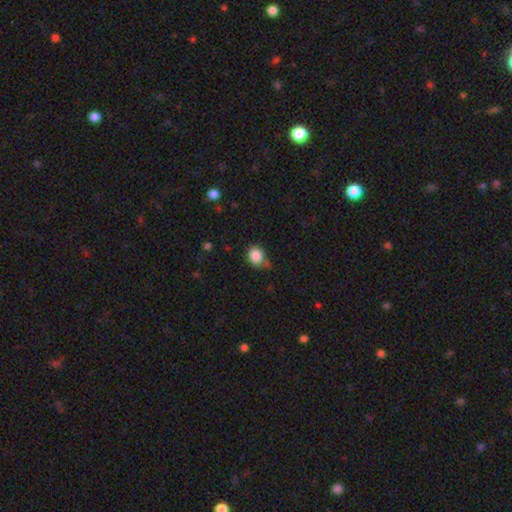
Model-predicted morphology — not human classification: Smooth or featured?
  - smooth: 86% *
  - star or artifact: 10%
  - featured or disk: 5%
How rounded?
  - round: 64% *
  - in between: 35%
  - cigar-shaped: 1%
Merging?
  - none: 63% *
  - minor disturbance: 26%
  - major disturbance: 6%
  - merger: 5%